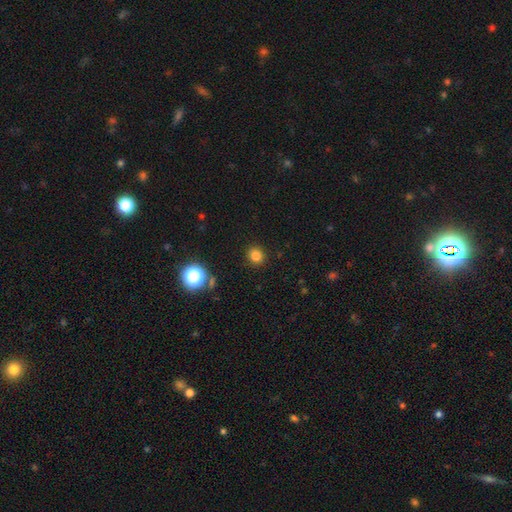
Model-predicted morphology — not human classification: This is clearly a smooth galaxy (81%). How rounded: likely round (80%). Merging: clearly none (90%).